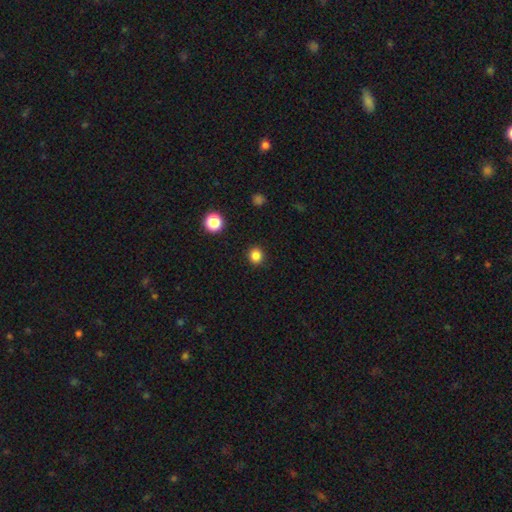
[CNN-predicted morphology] This is clearly a smooth galaxy (85%). How rounded: clearly round (90%). Merging: clearly none (92%).